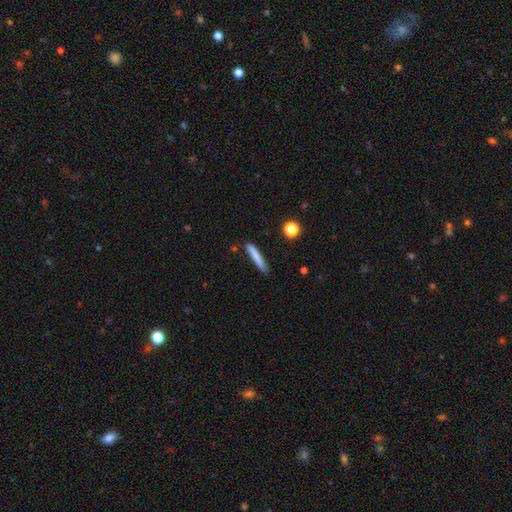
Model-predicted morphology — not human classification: type=smooth (77%); roundness=cigar-shaped (94%); merging=none (81%).